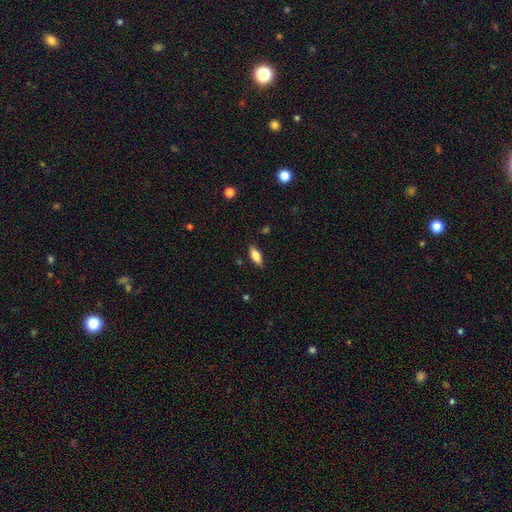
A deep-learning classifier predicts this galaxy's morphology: Smooth or featured? Predicted: smooth (p=0.78). How rounded? Predicted: in between (p=0.77). Merging? Predicted: none (p=0.86).